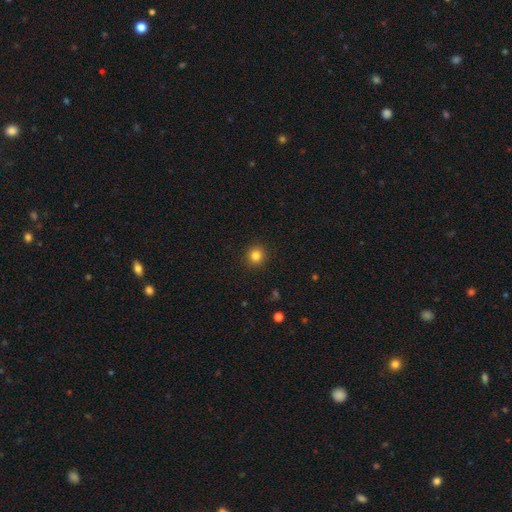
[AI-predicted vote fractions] Q: Smooth or featured?
A: smooth (83%); runner-up: star or artifact (12%)
Q: How rounded?
A: round (93%); runner-up: in between (6%)
Q: Merging?
A: none (92%); runner-up: minor disturbance (5%)